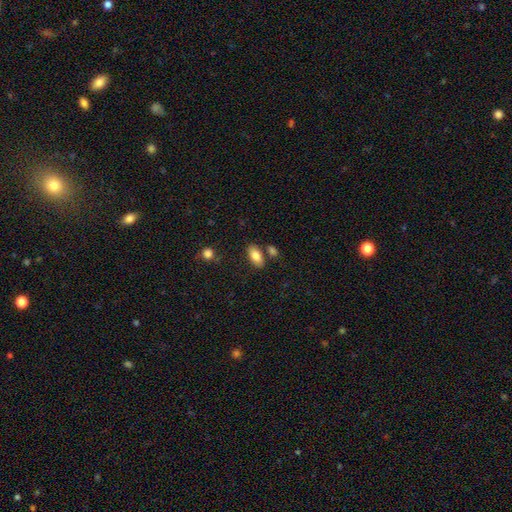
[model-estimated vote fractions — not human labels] This is clearly a smooth galaxy (84%). How rounded: clearly in between (92%). Merging: likely none (75%).